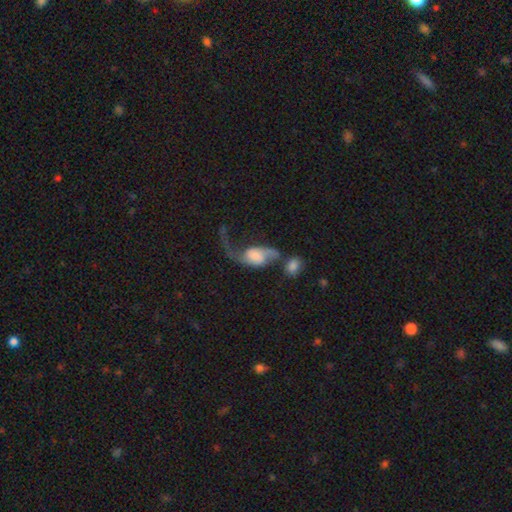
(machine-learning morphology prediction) Q: Smooth or featured?
A: featured or disk (68%); runner-up: smooth (25%)
Q: Edge-on disk?
A: no (96%); runner-up: yes (4%)
Q: Bar?
A: no (60%); runner-up: weak (30%)
Q: Spiral arms?
A: yes (89%); runner-up: no (11%)
Q: Spiral winding?
A: loose (87%); runner-up: medium (10%)
Q: Spiral arm count?
A: 2 (82%); runner-up: 1 (13%)
Q: Bulge size?
A: large (30%); runner-up: none (29%)
Q: Merging?
A: merger (33%); runner-up: major disturbance (31%)